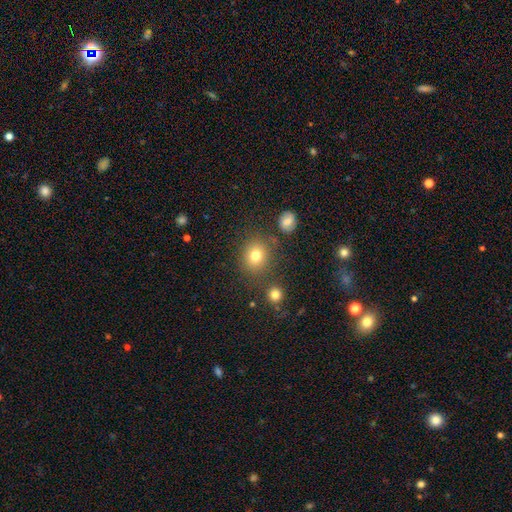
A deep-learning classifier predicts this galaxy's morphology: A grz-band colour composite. It shows a smooth galaxy with no disk features (78%) that is round (76%). Merging: none (79%).